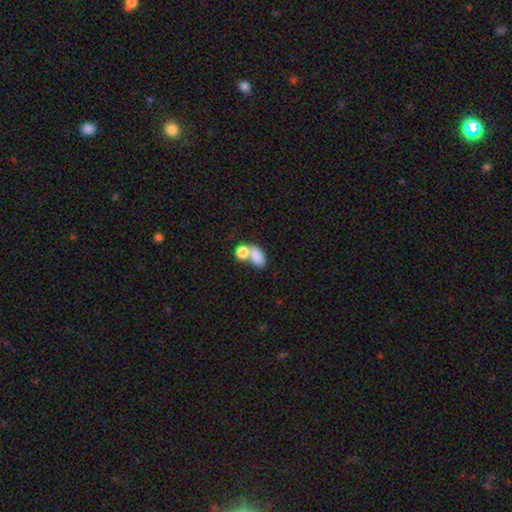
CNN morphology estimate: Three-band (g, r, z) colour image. It shows a smooth galaxy with no disk features (80%) that is in between round and cigar-shaped (84%). Merging: merger (49%).